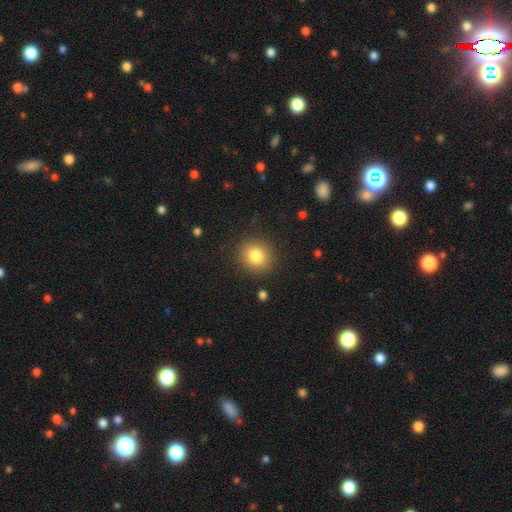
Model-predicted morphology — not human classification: A smooth galaxy with no disk features (83%) that is round (88%). Merging: none (89%).